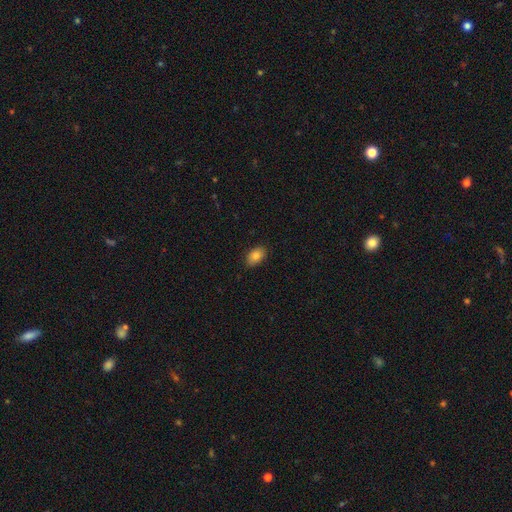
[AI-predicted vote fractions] smooth 84%, star or artifact 8%, featured or disk 8%. Down the decision tree: how rounded — in between (88%); merging — none (86%).